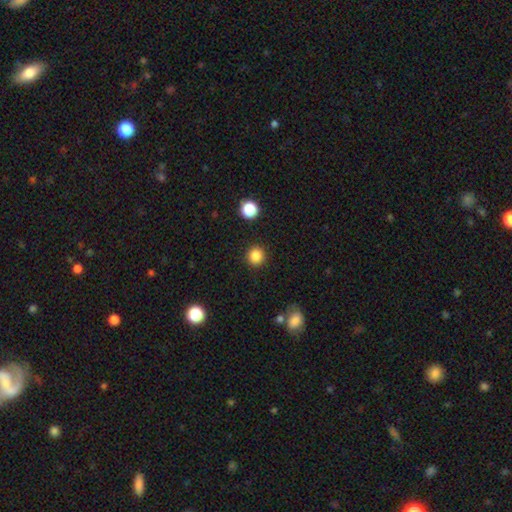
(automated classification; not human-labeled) Morphology: type=smooth (85%); roundness=round (93%); merging=none (91%).